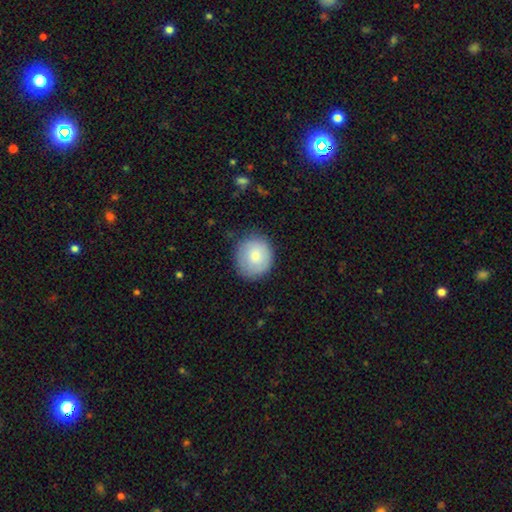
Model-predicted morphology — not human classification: Overall: smooth (77%). How rounded: round (88%). Merging: none (79%).